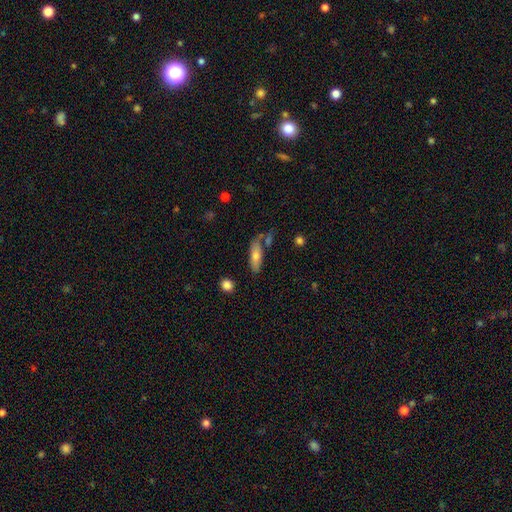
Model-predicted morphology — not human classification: Q: Smooth or featured?
A: smooth (67%); runner-up: featured or disk (26%)
Q: How rounded?
A: in between (49%); runner-up: cigar-shaped (48%)
Q: Merging?
A: none (65%); runner-up: minor disturbance (19%)